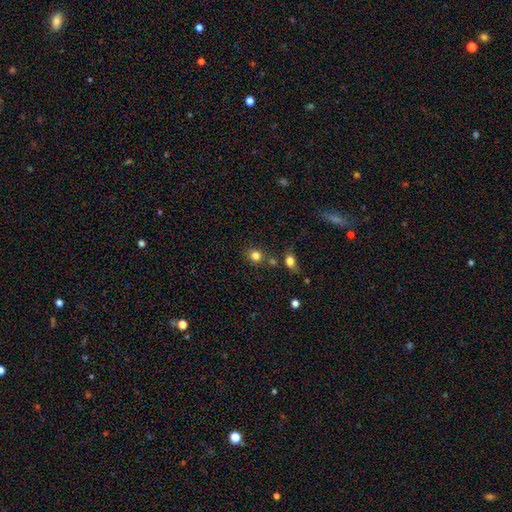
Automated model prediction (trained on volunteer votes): Smooth or featured? Predicted: smooth (p=0.81). How rounded? Predicted: round (p=0.83). Merging? Predicted: none (p=0.73).